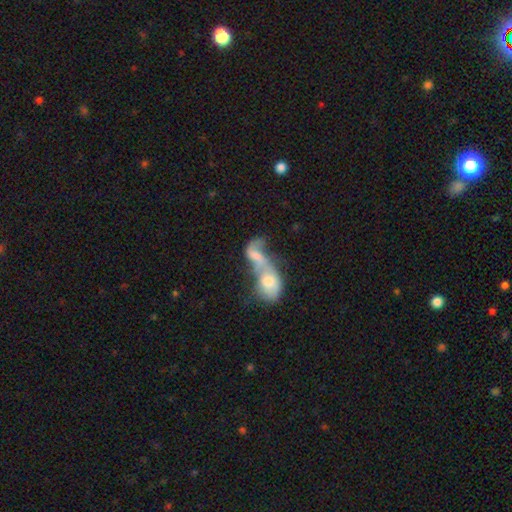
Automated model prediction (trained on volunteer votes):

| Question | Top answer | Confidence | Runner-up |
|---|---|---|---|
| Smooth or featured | smooth | 49% | featured or disk (42%) |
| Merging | merger | 80% | major disturbance (9%) |